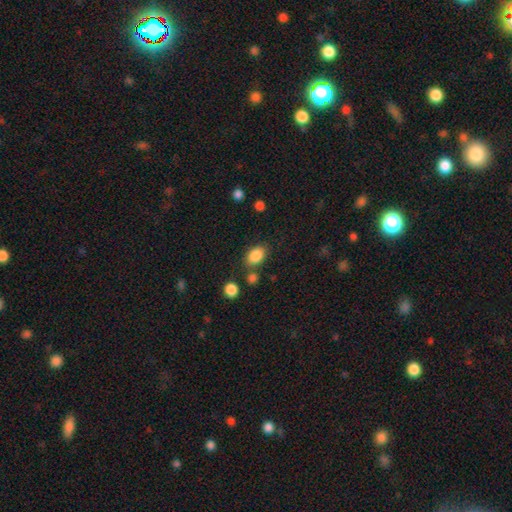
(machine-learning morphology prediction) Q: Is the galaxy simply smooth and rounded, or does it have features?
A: smooth — 86%.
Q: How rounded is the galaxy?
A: in between — 84%.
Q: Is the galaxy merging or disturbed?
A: none — 74%.